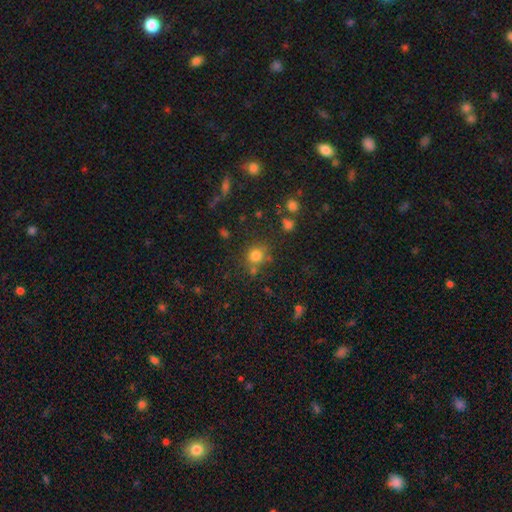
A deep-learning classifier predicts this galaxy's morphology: Smooth or featured? Predicted: smooth (p=0.77). How rounded? Predicted: round (p=0.87). Merging? Predicted: none (p=0.70).